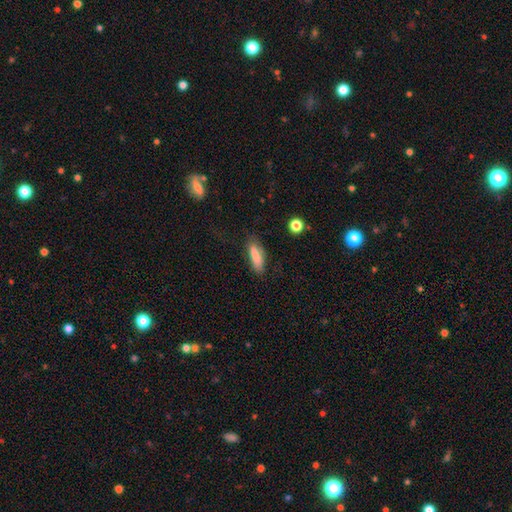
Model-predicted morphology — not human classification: type=smooth (82%); roundness=in between (50%); merging=none (72%).